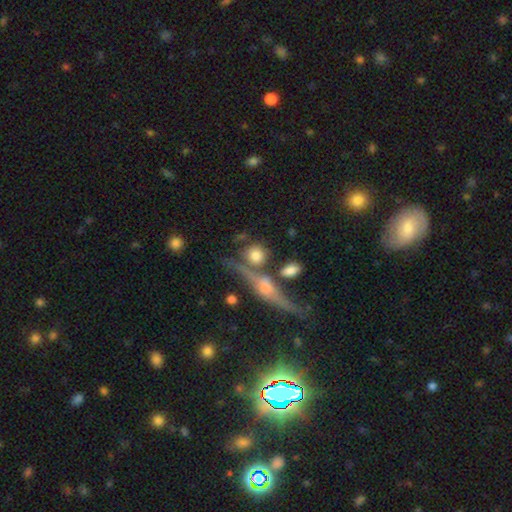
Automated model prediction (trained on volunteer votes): Overall: smooth (61%; featured or disk 30%). How rounded: round (81%). Merging: none (60%).